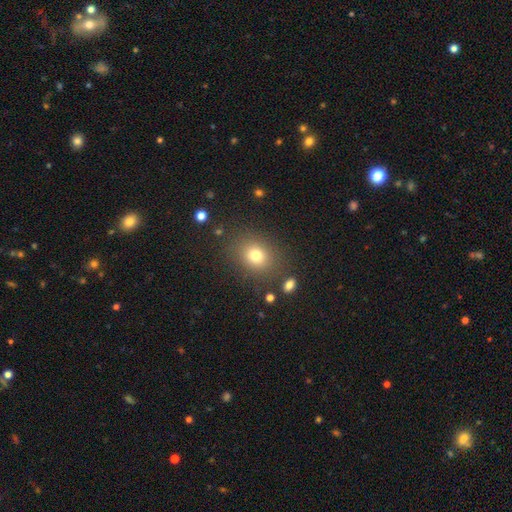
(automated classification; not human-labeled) Q: Smooth or featured?
A: smooth (76%); runner-up: star or artifact (14%)
Q: How rounded?
A: round (61%); runner-up: in between (38%)
Q: Merging?
A: none (83%); runner-up: minor disturbance (10%)